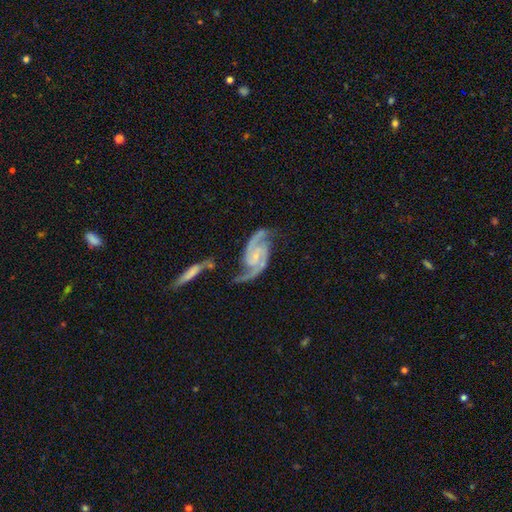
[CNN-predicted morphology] Overall: featured or disk (93%). Edge-on disk: no (97%). Bar: no (52%; weak 36%). Spiral arms: yes (98%). Spiral arm count: 2 (92%). Spiral winding: medium (57%; loose 25%). Bulge size: small (69%). Merging: none (62%).